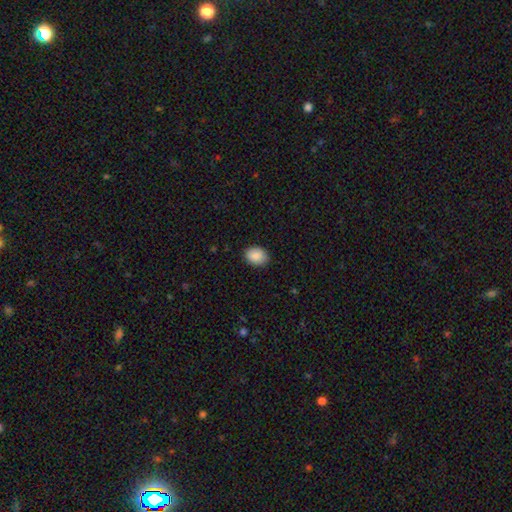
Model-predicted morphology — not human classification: The model was most divided on "how rounded": in between: 69%, round: 31%, cigar-shaped: 1%. More confident: smooth or featured — smooth (89%); merging — none (88%).